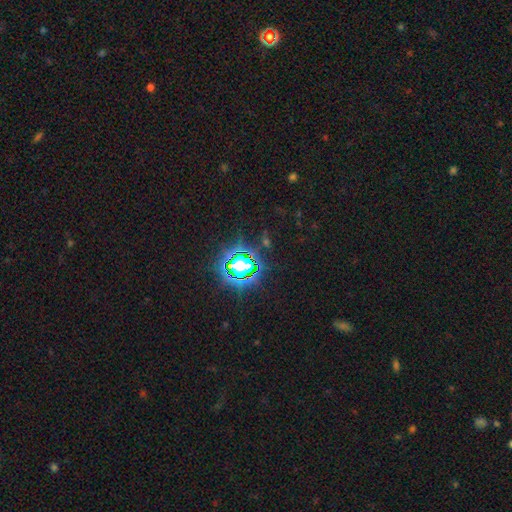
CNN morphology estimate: star or artifact 83%, smooth 11%, featured or disk 6%.